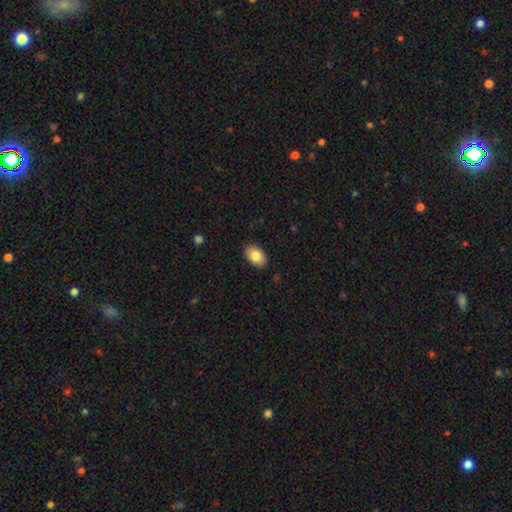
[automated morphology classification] This appears to be a smooth galaxy with no disk features (83%) that is in between round and cigar-shaped (90%). Merging: none (89%).